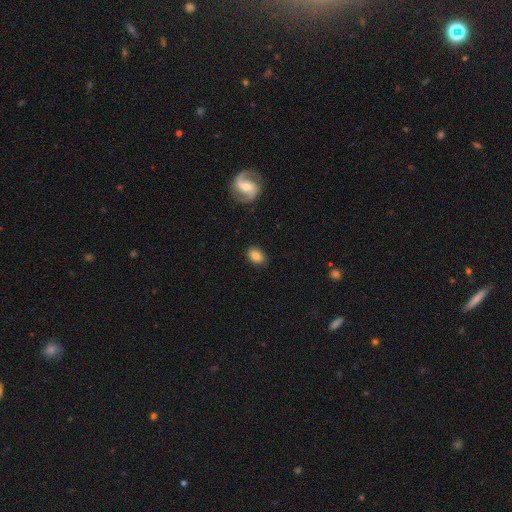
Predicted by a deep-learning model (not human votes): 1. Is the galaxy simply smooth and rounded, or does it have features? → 80% smooth, 11% featured or disk, 9% star or artifact.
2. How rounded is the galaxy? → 76% in between, 23% round, 1% cigar-shaped.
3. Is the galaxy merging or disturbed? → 83% none, 13% minor disturbance, 3% major disturbance, 1% merger.